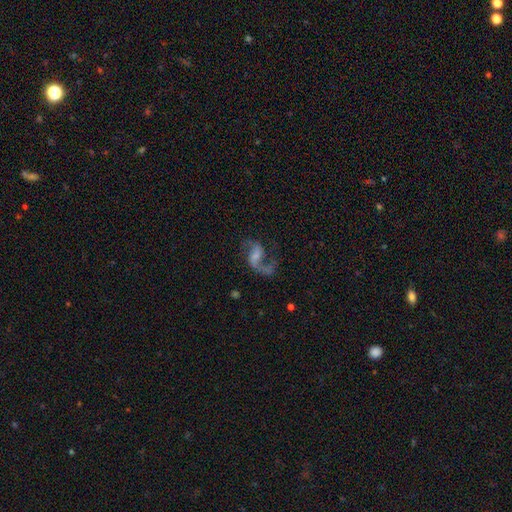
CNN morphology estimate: type=featured or disk (86%); edge-on=no (98%); bar=weak (49%); spiral arms=yes (96%); winding=loose (63%); arm count=2 (81%); bulge=small (43%); merging=none (61%).